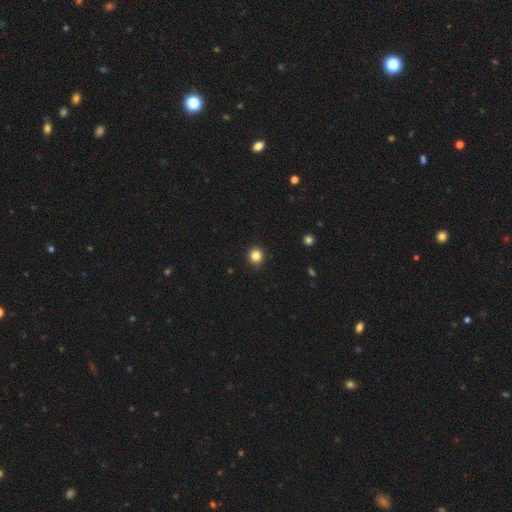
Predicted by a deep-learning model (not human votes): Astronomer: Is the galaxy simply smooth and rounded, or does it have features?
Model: smooth — 83%.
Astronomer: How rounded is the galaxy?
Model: round — 90%.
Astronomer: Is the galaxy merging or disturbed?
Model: none — 93%.